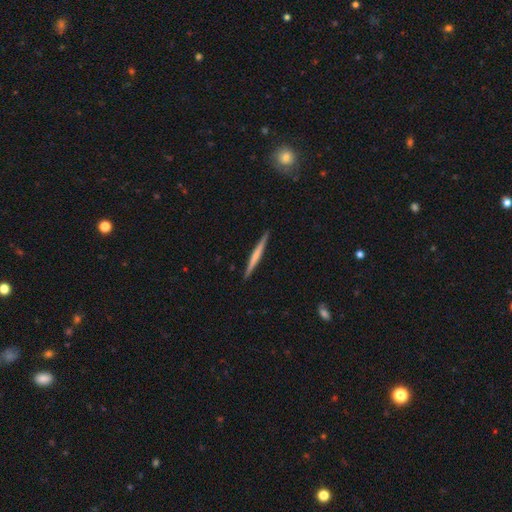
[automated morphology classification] Smooth or featured? featured or disk (49%)
Merging? none (92%)